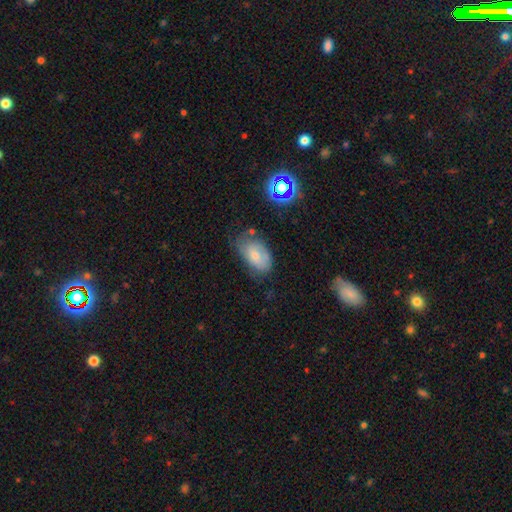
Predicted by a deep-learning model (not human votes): smooth_or_featured: smooth (p=0.58) [alt: featured or disk p=0.32]
how_rounded: in between (p=0.91) [alt: round p=0.06]
merging: none (p=0.53) [alt: minor disturbance p=0.32]